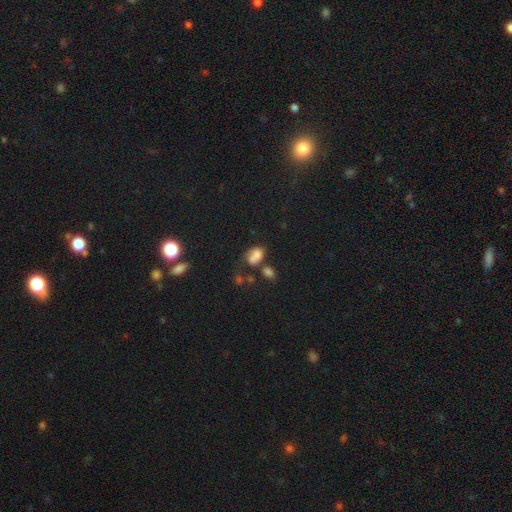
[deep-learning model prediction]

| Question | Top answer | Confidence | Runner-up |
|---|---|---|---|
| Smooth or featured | smooth | 68% | featured or disk (17%) |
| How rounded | in between | 75% | round (23%) |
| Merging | merger | 42% | none (26%) |